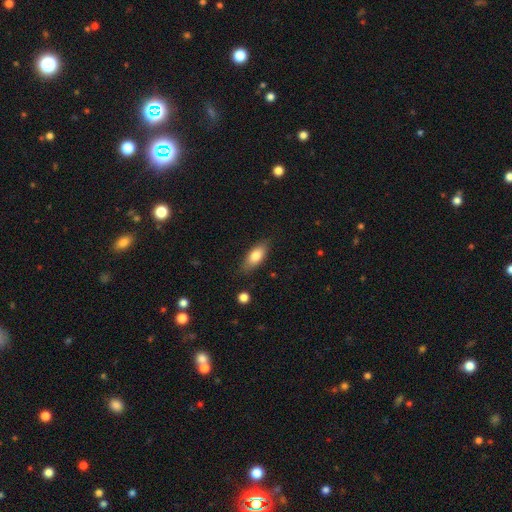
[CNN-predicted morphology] This appears to be a smooth galaxy with no disk features (78%) that is in between round and cigar-shaped (80%). Merging: none (81%).